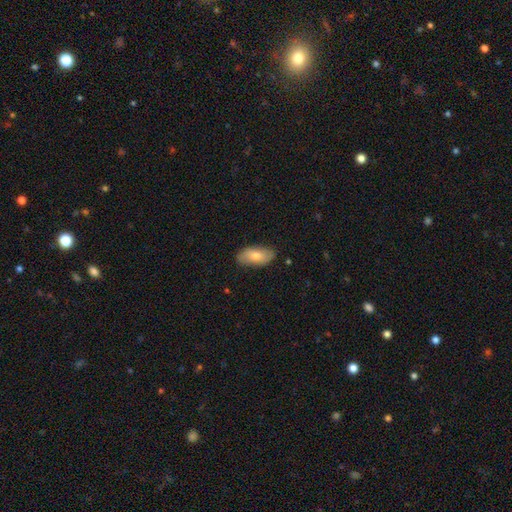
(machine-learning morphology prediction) Q: Smooth or featured?
A: smooth (75%); runner-up: featured or disk (19%)
Q: How rounded?
A: in between (92%); runner-up: cigar-shaped (6%)
Q: Merging?
A: none (84%); runner-up: minor disturbance (13%)